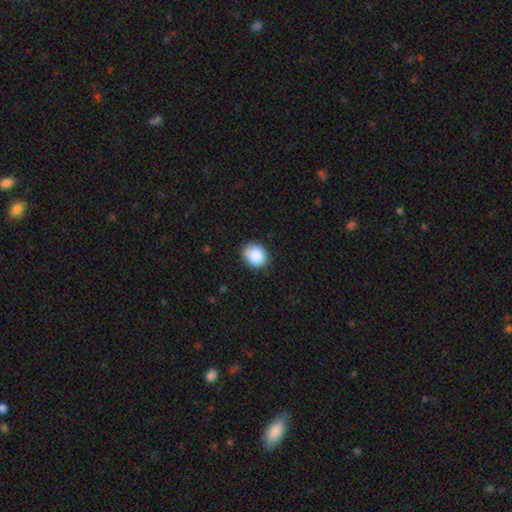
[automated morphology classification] The model was most divided on "how rounded": round: 70%, in between: 29%, cigar-shaped: 1%. More confident: smooth or featured — smooth (87%); merging — none (82%).